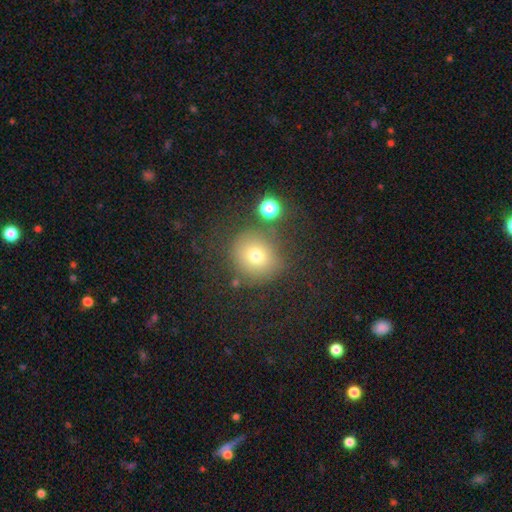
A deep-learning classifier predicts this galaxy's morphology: This is likely a smooth galaxy (71%). How rounded: clearly round (87%). Merging: likely none (74%).